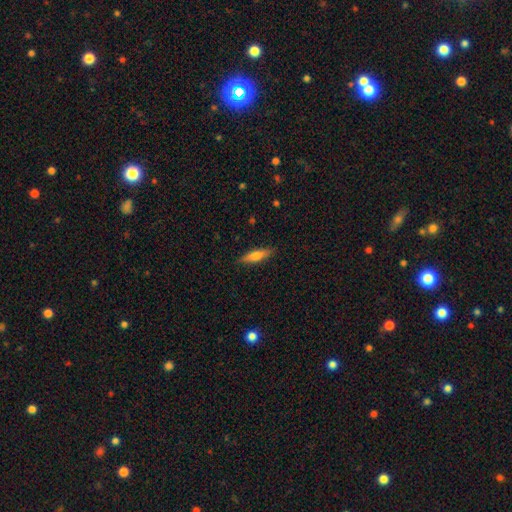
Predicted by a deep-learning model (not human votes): A smooth galaxy with no disk features (67%) that is cigar-shaped (69%).

Vote fractions:
- Smooth or featured? smooth: 67% / featured or disk: 27% / star or artifact: 6%
- How rounded? cigar-shaped: 69% / in between: 29% / round: 2%
- Merging? none: 87% / minor disturbance: 9% / major disturbance: 2% / merger: 1%